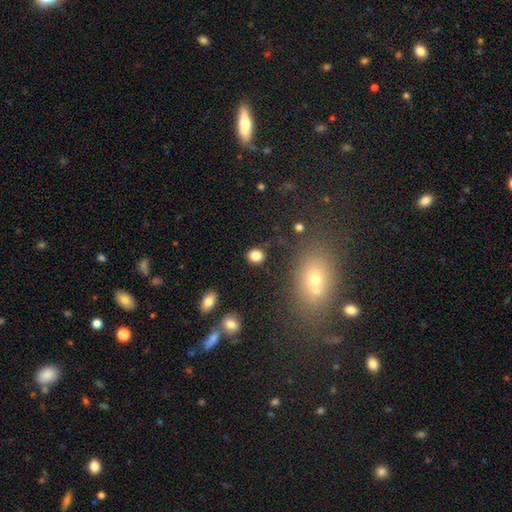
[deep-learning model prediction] A smooth galaxy with no disk features (84%) that is round (70%).

Vote fractions:
- Smooth or featured? smooth: 84% / star or artifact: 11% / featured or disk: 6%
- How rounded? round: 70% / in between: 28% / cigar-shaped: 1%
- Merging? none: 83% / minor disturbance: 10% / major disturbance: 4% / merger: 3%